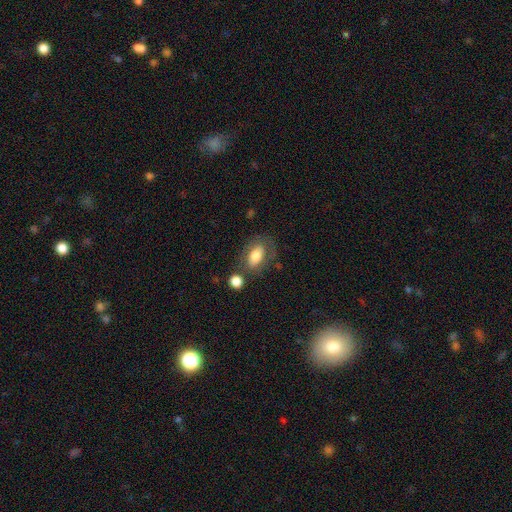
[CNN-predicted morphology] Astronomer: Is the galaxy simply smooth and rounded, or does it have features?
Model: smooth — 70%.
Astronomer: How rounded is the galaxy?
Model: in between — 88%.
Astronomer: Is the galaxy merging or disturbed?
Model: none — 61%.